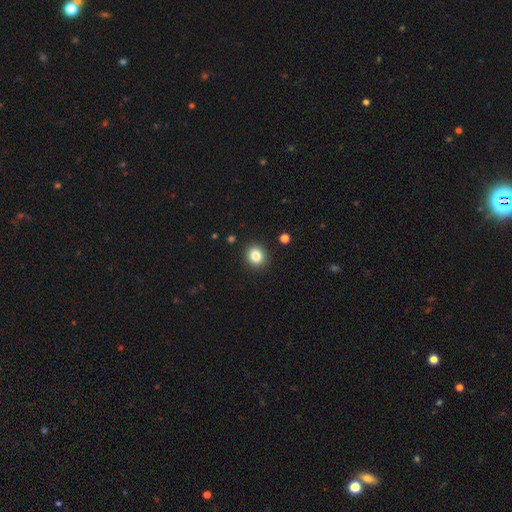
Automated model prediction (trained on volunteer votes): Smooth or featured? Predicted: smooth (p=0.84). How rounded? Predicted: round (p=0.76). Merging? Predicted: none (p=0.91).